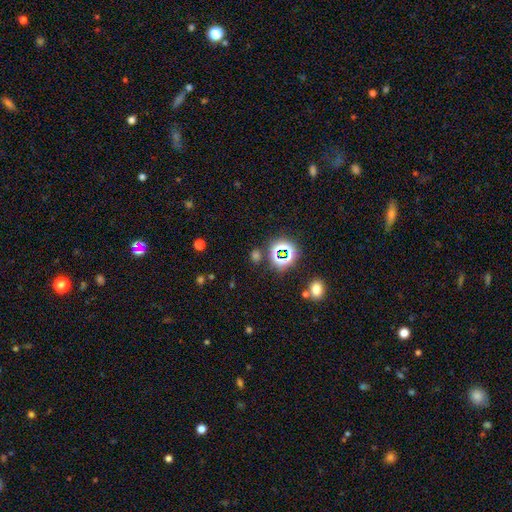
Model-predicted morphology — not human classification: A star or artifact, not a galaxy (63%).

Vote fractions:
- Smooth or featured? star or artifact: 63% / smooth: 29% / featured or disk: 8%